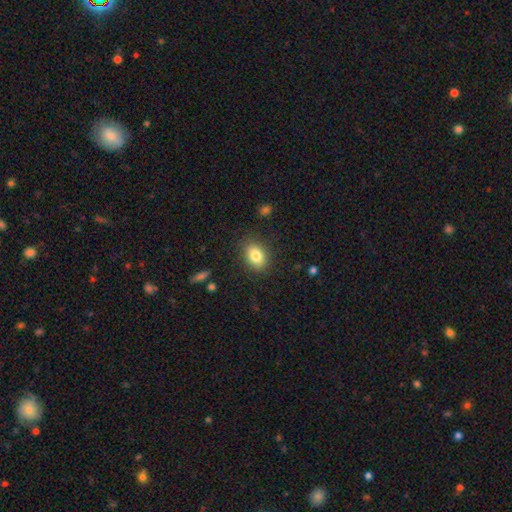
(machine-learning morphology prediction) A smooth galaxy with no disk features (83%) that is in between round and cigar-shaped (75%).

Vote fractions:
- Smooth or featured? smooth: 83% / star or artifact: 9% / featured or disk: 8%
- How rounded? in between: 75% / round: 23% / cigar-shaped: 1%
- Merging? none: 85% / minor disturbance: 10% / major disturbance: 3% / merger: 1%